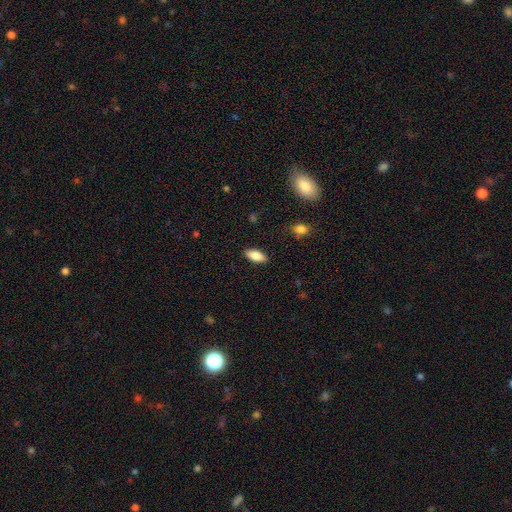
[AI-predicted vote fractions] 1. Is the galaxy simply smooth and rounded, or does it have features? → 82% smooth, 11% featured or disk, 7% star or artifact.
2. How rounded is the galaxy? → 87% in between, 11% cigar-shaped, 2% round.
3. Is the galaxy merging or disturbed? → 88% none, 9% minor disturbance, 2% major disturbance, 1% merger.